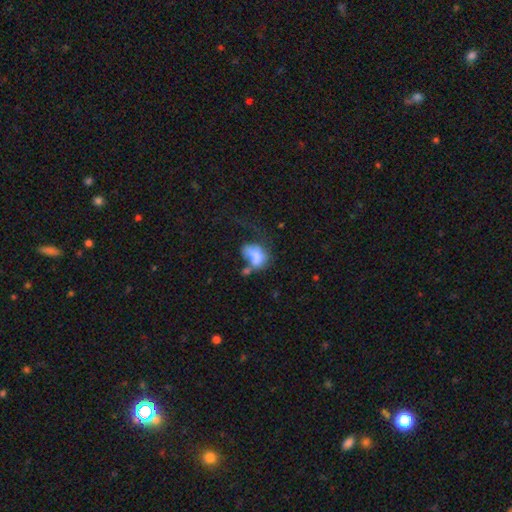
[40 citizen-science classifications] Overall: smooth (82%). How rounded: in between (91%). Merging: major disturbance (56%; merger 23%).